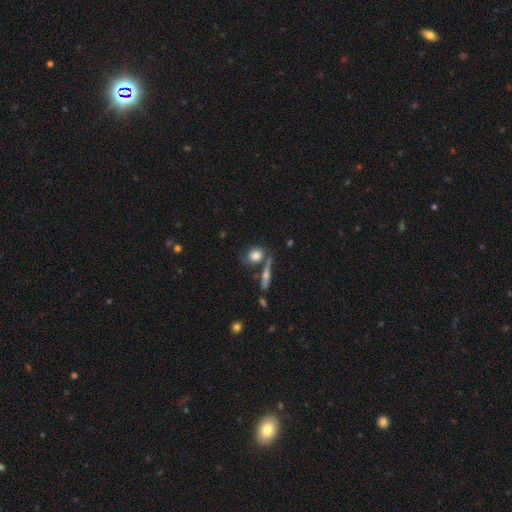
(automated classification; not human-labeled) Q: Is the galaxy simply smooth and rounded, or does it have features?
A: smooth — 76%.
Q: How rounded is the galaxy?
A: round — 59%.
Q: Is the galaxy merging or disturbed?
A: none — 59%.